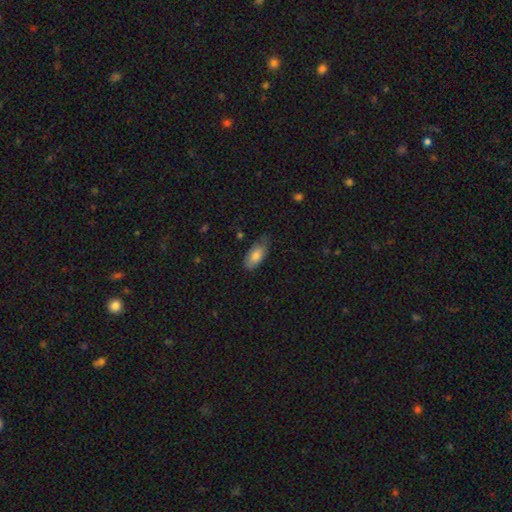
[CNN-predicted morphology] This appears to be a smooth galaxy with no disk features (80%) that is in between round and cigar-shaped (89%). Merging: none (63%).